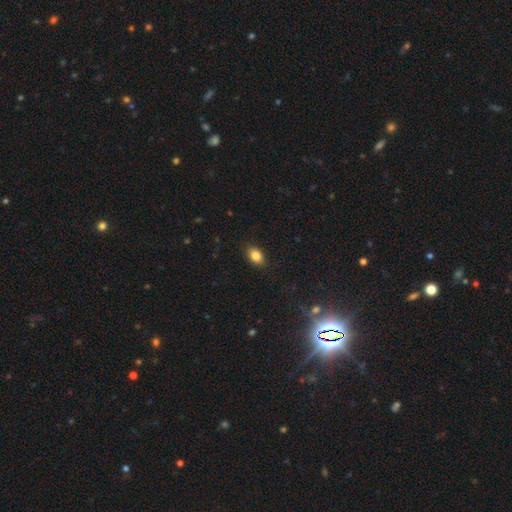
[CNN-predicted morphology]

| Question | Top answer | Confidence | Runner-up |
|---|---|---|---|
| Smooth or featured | smooth | 84% | star or artifact (9%) |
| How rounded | in between | 84% | round (15%) |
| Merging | none | 86% | minor disturbance (10%) |